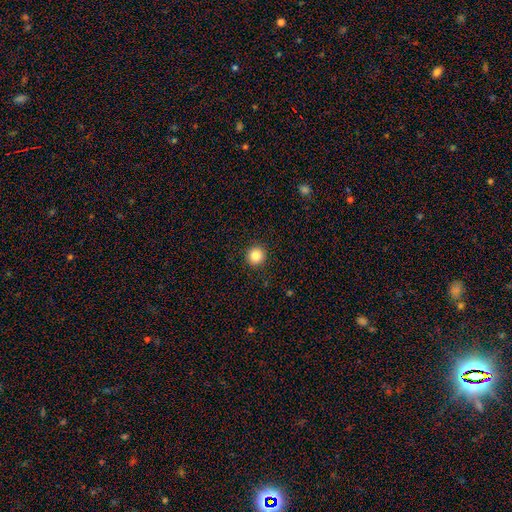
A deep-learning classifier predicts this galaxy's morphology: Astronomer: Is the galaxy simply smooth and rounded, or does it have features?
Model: smooth — 85%.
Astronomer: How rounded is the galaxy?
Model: round — 95%.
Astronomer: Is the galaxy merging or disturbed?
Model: none — 93%.